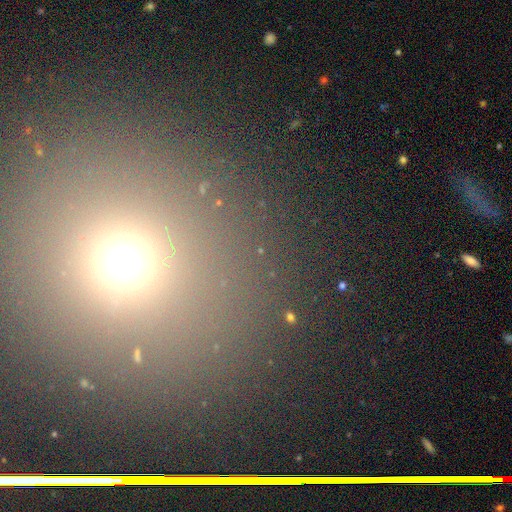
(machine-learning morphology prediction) smooth_or_featured: star or artifact (p=0.51) [alt: smooth p=0.40]